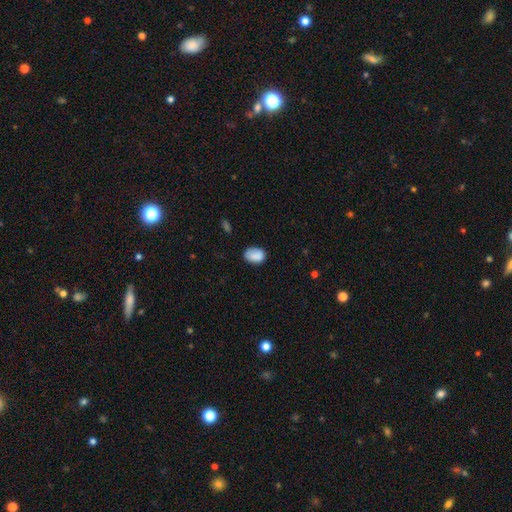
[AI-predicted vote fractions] This is clearly a smooth galaxy (86%). How rounded: likely in between (79%). Merging: likely none (72%).